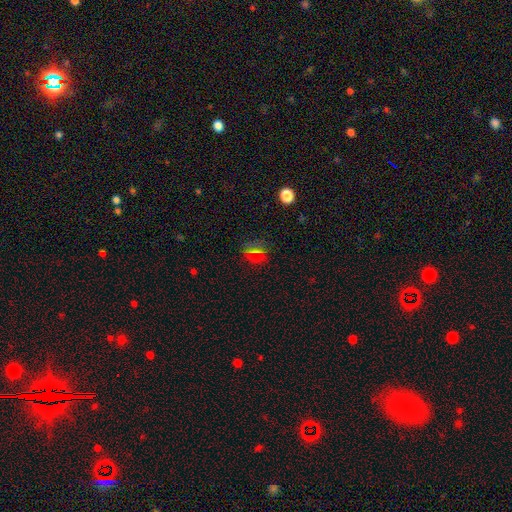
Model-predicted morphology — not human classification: A smooth galaxy with no disk features (61%) that is round (82%).

Vote fractions:
- Smooth or featured? smooth: 61% / star or artifact: 32% / featured or disk: 7%
- How rounded? round: 82% / in between: 15% / cigar-shaped: 3%
- Merging? none: 84% / minor disturbance: 10% / major disturbance: 4% / merger: 2%